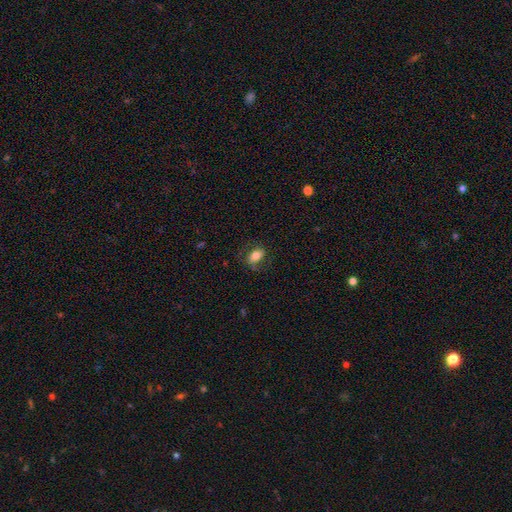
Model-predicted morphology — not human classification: Q: Smooth or featured?
A: smooth (74%); runner-up: featured or disk (18%)
Q: How rounded?
A: in between (86%); runner-up: round (11%)
Q: Merging?
A: none (71%); runner-up: minor disturbance (19%)